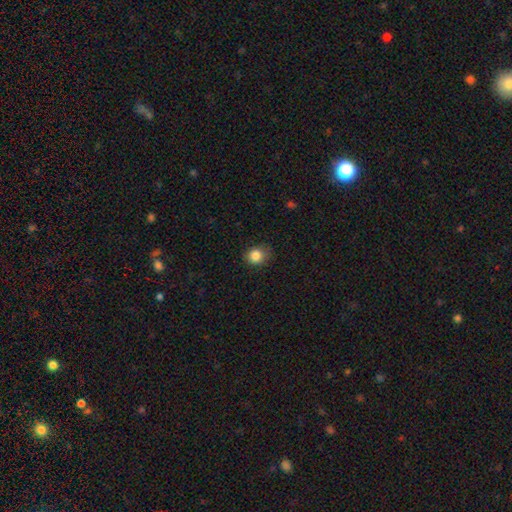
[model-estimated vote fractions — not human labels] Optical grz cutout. It shows a smooth galaxy with no disk features (85%) that is round (76%). Merging: none (74%).